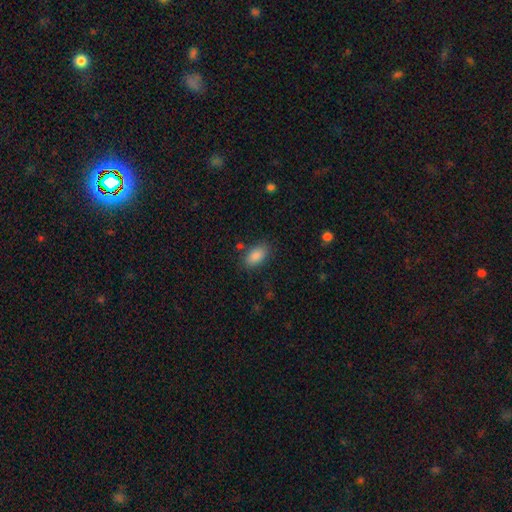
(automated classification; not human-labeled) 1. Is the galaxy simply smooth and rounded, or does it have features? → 88% smooth, 8% star or artifact, 5% featured or disk.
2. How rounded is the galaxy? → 91% in between, 6% round, 3% cigar-shaped.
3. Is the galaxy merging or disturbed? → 82% none, 12% minor disturbance, 4% major disturbance, 2% merger.